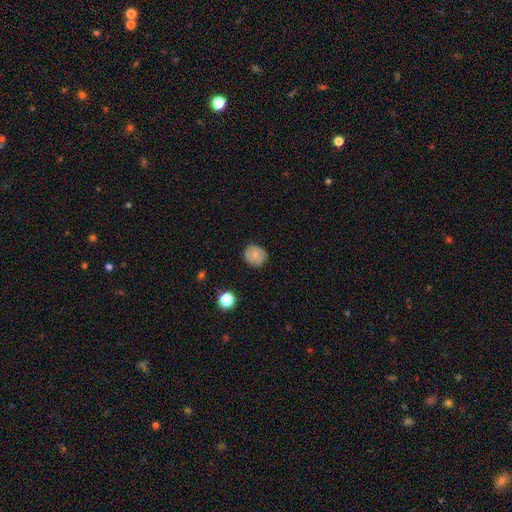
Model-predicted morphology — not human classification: This is possibly a smooth galaxy (46%). Merging: likely none (78%).